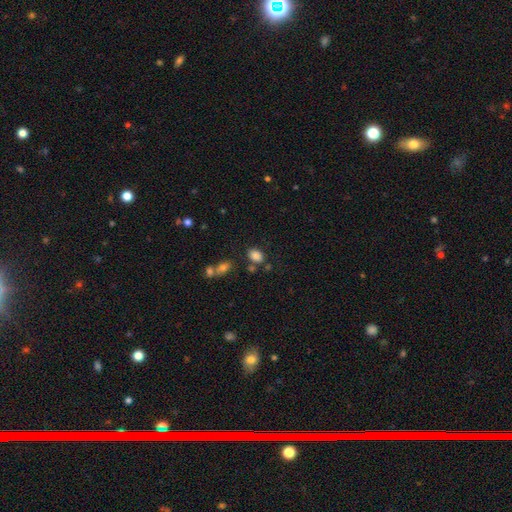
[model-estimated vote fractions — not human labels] smooth 84%, star or artifact 10%, featured or disk 6%. Down the decision tree: how rounded — in between (75%); merging — none (72%).